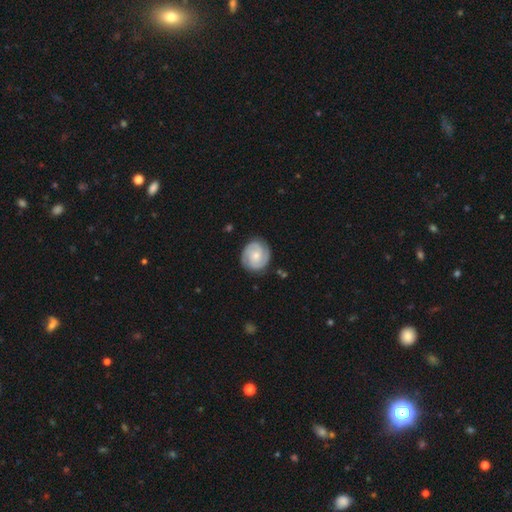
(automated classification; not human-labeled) smooth_or_featured: featured or disk (p=0.74) [alt: smooth p=0.20]
disk_edge_on: no (p=0.98) [alt: yes p=0.02]
bar: no (p=0.68) [alt: weak p=0.27]
has_spiral_arms: yes (p=0.95) [alt: no p=0.05]
spiral_winding: tight (p=0.65) [alt: medium p=0.29]
spiral_arm_count: 2 (p=0.53) [alt: 3 p=0.23]
bulge_size: small (p=0.57) [alt: moderate p=0.37]
merging: none (p=0.83) [alt: minor disturbance p=0.13]